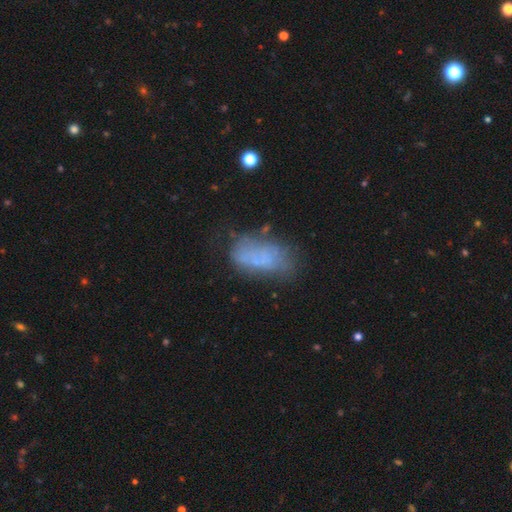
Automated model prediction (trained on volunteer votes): This appears to be a smooth galaxy with no disk features (58%) that is in between round and cigar-shaped (91%). Merging: none (47%).